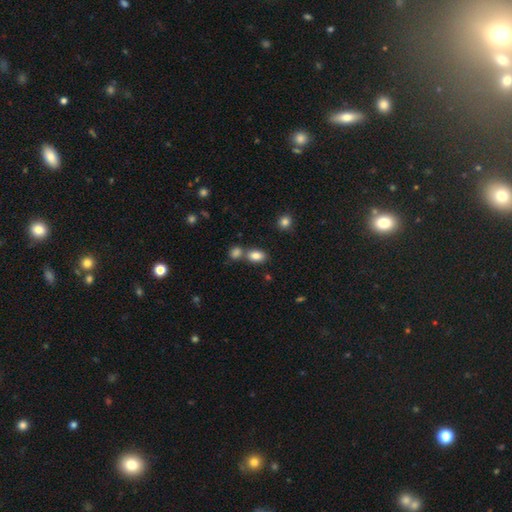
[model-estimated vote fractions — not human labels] The model was most divided on "merging": none: 57%, merger: 30%, minor disturbance: 10%, major disturbance: 3%. More confident: how rounded — in between (85%); smooth or featured — smooth (84%).